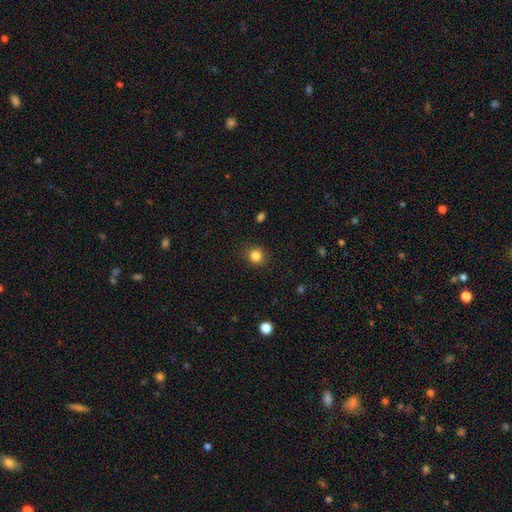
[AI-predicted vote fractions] smooth 84%, star or artifact 11%, featured or disk 4%. Down the decision tree: how rounded — round (84%); merging — none (86%).